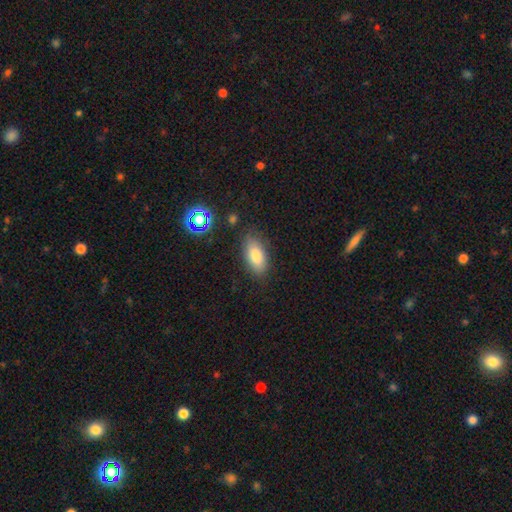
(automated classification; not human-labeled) Overall: smooth (80%). How rounded: in between (87%). Merging: none (82%).